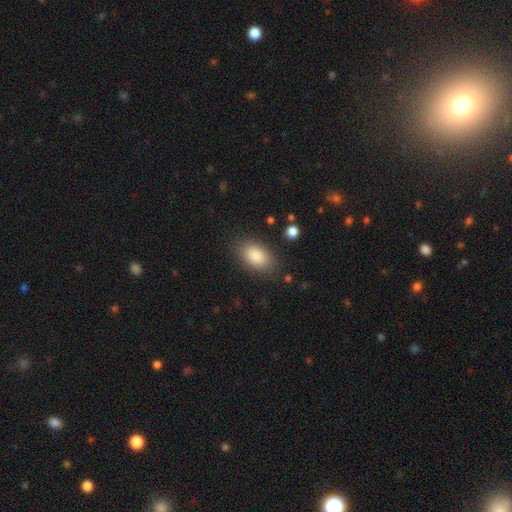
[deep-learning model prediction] smooth 86%, star or artifact 7%, featured or disk 7%. Down the decision tree: how rounded — in between (91%); merging — none (84%).